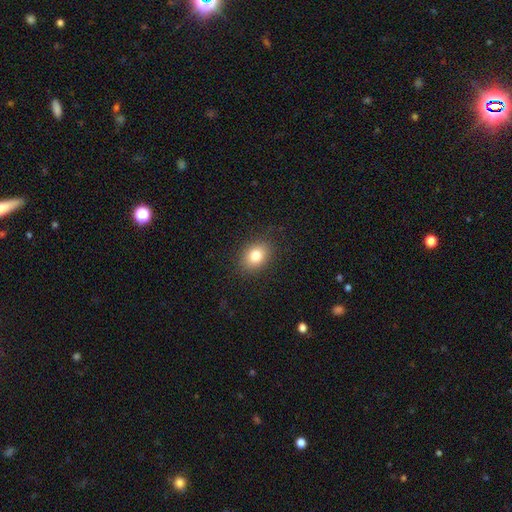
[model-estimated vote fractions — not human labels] A smooth galaxy with no disk features (80%) that is in between round and cigar-shaped (57%).

Vote fractions:
- Smooth or featured? smooth: 80% / star or artifact: 11% / featured or disk: 9%
- How rounded? in between: 57% / round: 42% / cigar-shaped: 1%
- Merging? none: 87% / minor disturbance: 9% / major disturbance: 3% / merger: 1%